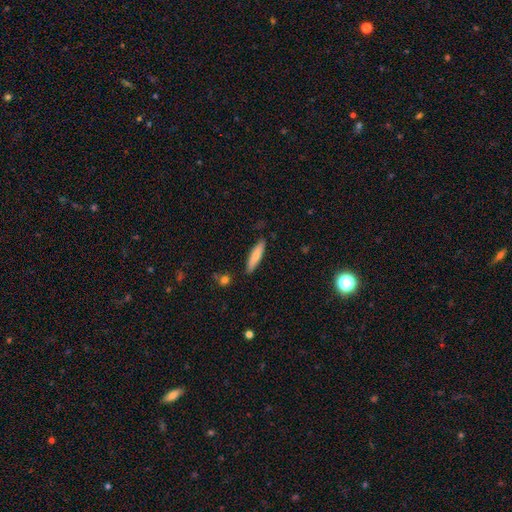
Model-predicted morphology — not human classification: smooth 75%, featured or disk 20%, star or artifact 6%. Down the decision tree: how rounded — cigar-shaped (79%); merging — none (85%).